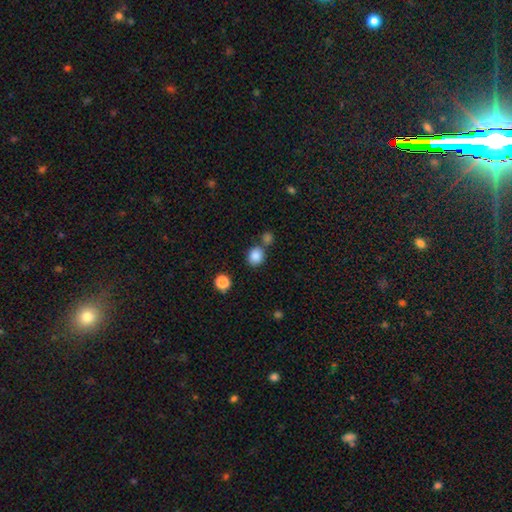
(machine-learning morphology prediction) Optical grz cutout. It shows a smooth galaxy with no disk features (85%) that is round (77%). Merging: none (67%).